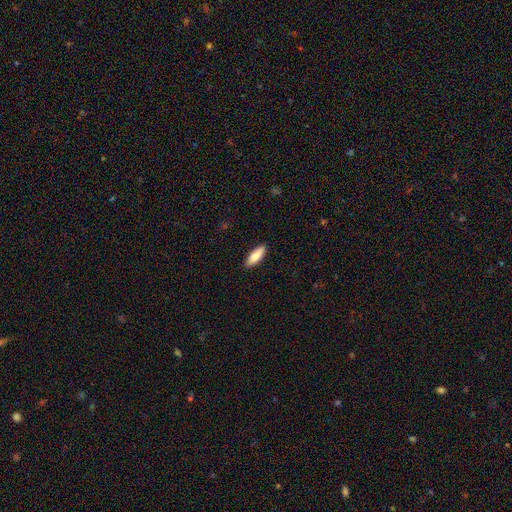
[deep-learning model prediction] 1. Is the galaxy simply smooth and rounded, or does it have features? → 87% smooth, 8% featured or disk, 6% star or artifact.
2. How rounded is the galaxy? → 60% in between, 38% cigar-shaped, 2% round.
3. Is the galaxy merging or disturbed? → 89% none, 8% minor disturbance, 2% major disturbance, 1% merger.